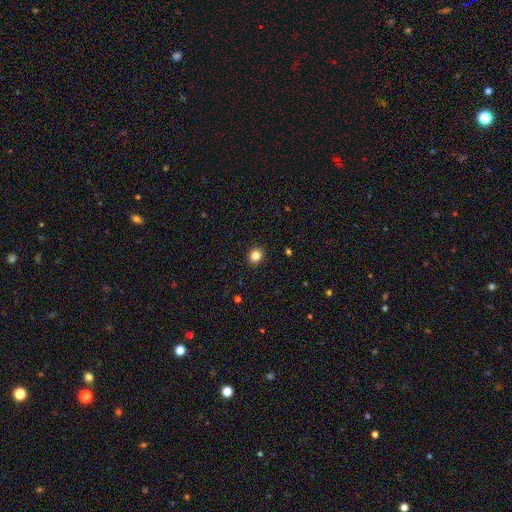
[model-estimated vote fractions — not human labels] smooth_or_featured: smooth (p=0.84) [alt: star or artifact p=0.11]
how_rounded: round (p=0.77) [alt: in between p=0.22]
merging: none (p=0.92) [alt: minor disturbance p=0.05]